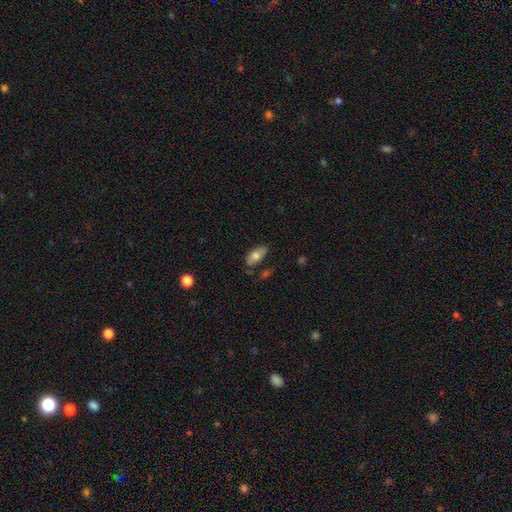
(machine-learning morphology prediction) type=smooth (72%); roundness=in between (90%); merging=none (68%).